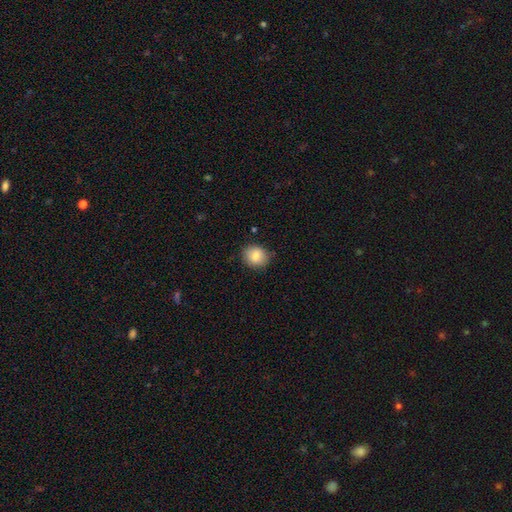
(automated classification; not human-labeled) Morphology: type=smooth (83%); roundness=round (72%); merging=none (84%).